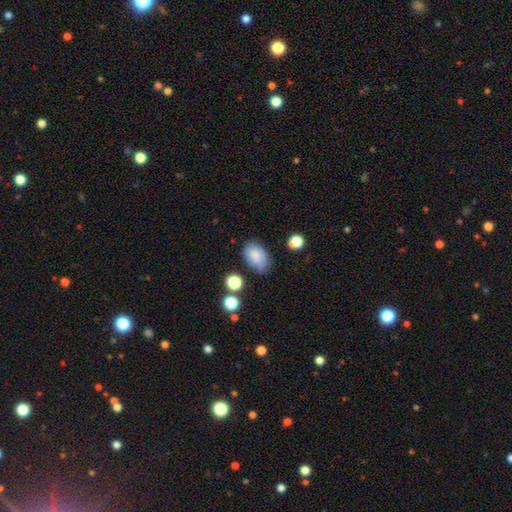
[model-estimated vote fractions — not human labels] Overall: smooth (83%). How rounded: in between (88%). Merging: none (64%; minor disturbance 25%).